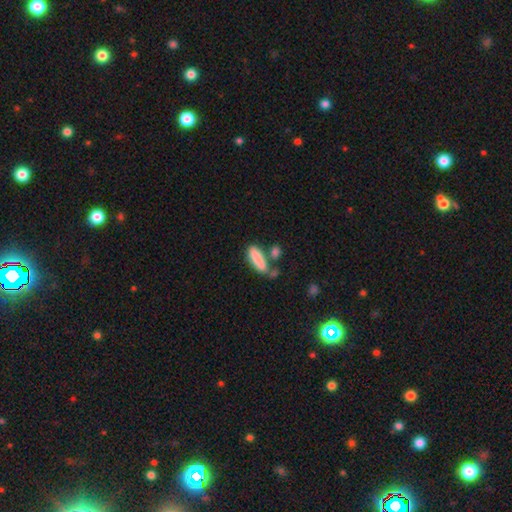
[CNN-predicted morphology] smooth_or_featured: smooth (p=0.84) [alt: featured or disk p=0.09]
how_rounded: cigar-shaped (p=0.52) [alt: in between p=0.45]
merging: none (p=0.51) [alt: merger p=0.25]